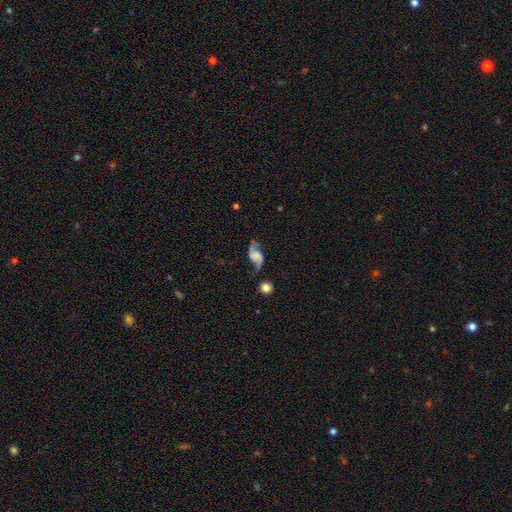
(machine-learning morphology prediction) Smooth or featured?
  - featured or disk: 82% *
  - smooth: 11%
  - star or artifact: 7%
Edge-on disk?
  - no: 97% *
  - yes: 3%
Bar?
  - no: 49% *
  - weak: 37%
  - strong: 14%
Spiral arms?
  - yes: 95% *
  - no: 5%
Spiral winding?
  - loose: 69% *
  - medium: 25%
  - tight: 6%
Spiral arm count?
  - 2: 93% *
  - can't tell: 2%
  - 1: 2%
  - 3: 1%
  - 4: 1%
  - more than 4: 1%
Bulge size?
  - none: 53% *
  - small: 19%
  - moderate: 14%
  - large: 11%
  - dominant: 3%
Merging?
  - none: 70% *
  - minor disturbance: 17%
  - major disturbance: 9%
  - merger: 4%